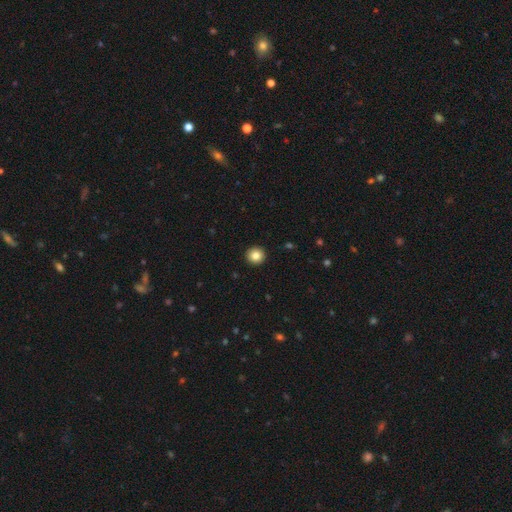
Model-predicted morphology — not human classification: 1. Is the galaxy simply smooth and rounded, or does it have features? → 84% smooth, 10% star or artifact, 6% featured or disk.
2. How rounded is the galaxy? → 94% round, 5% in between, 1% cigar-shaped.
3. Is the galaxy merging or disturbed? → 94% none, 4% minor disturbance, 1% major disturbance, 1% merger.